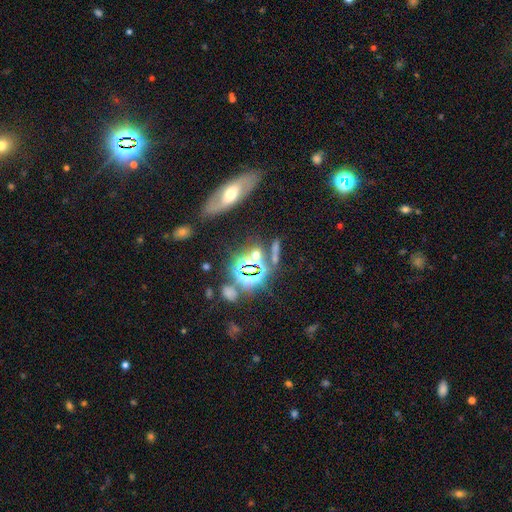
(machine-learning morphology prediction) Smooth or featured: star or artifact — 56% (smooth — 32%)